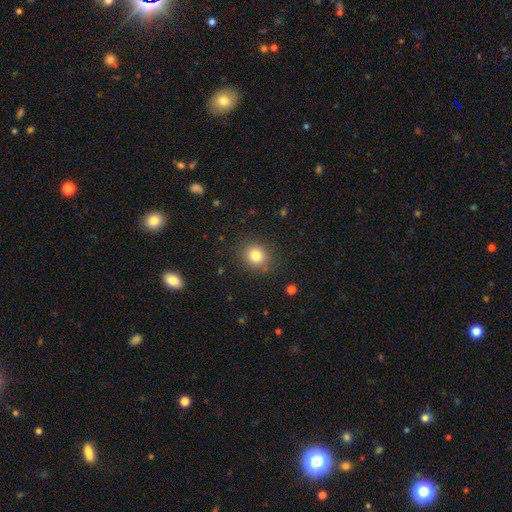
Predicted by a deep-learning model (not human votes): smooth-or-featured: smooth: 81% | star or artifact: 12% | featured or disk: 7%
  how-rounded: round: 76% | in between: 23% | cigar-shaped: 1%
  merging: none: 87% | minor disturbance: 9% | major disturbance: 3% | merger: 1%